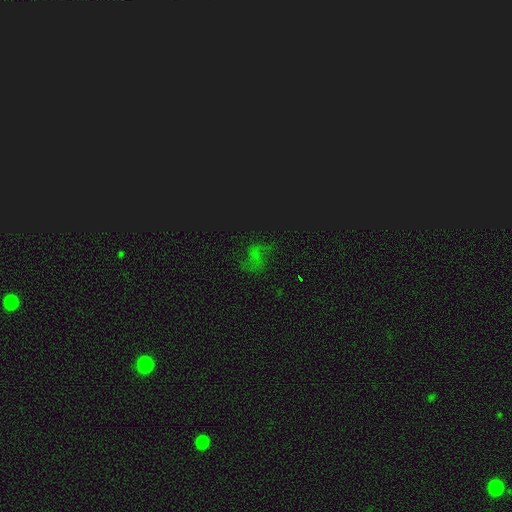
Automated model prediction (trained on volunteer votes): The model was most divided on "smooth or featured": star or artifact: 49%, smooth: 28%, featured or disk: 23%.